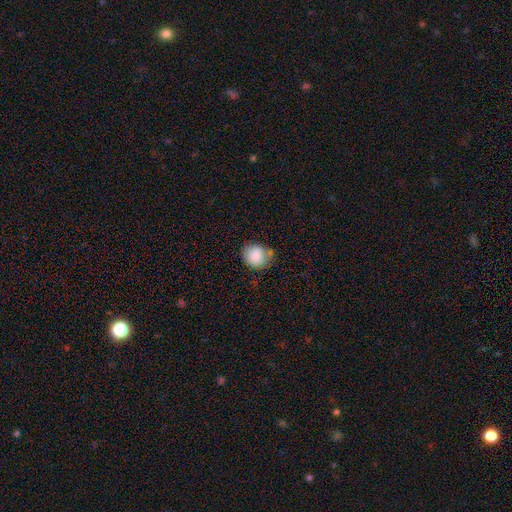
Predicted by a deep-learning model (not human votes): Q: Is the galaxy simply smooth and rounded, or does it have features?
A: smooth — 86%.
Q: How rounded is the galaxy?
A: round — 72%.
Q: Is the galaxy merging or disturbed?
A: none — 64%.